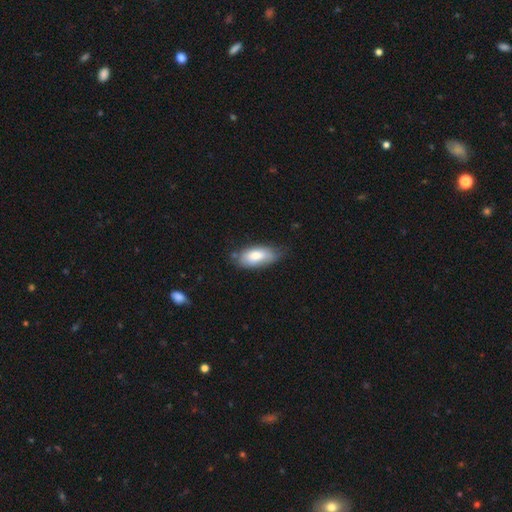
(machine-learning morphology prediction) smooth 77%, featured or disk 17%, star or artifact 6%. Down the decision tree: how rounded — in between (89%); merging — none (61%).